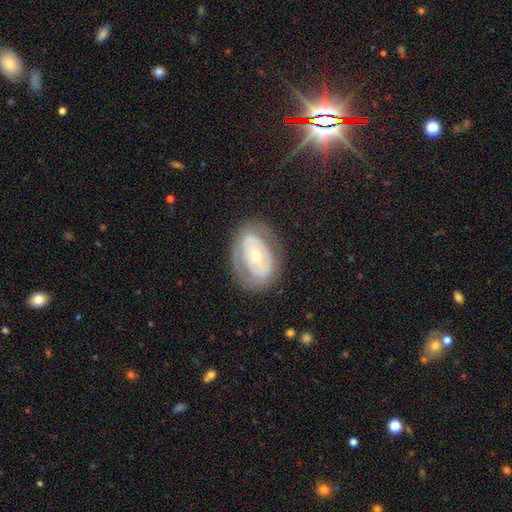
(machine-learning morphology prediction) featured or disk 67%, smooth 27%, star or artifact 6%. Down the decision tree: edge-on disk — no (94%); bar — no (73%); spiral arms — no (65%); bulge size — moderate (55%); merging — none (71%).